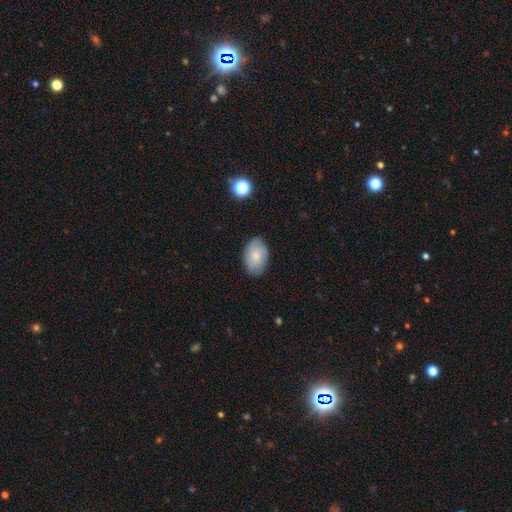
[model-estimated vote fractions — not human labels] Smooth or featured? Predicted: smooth (p=0.79). How rounded? Predicted: in between (p=0.91). Merging? Predicted: none (p=0.83).